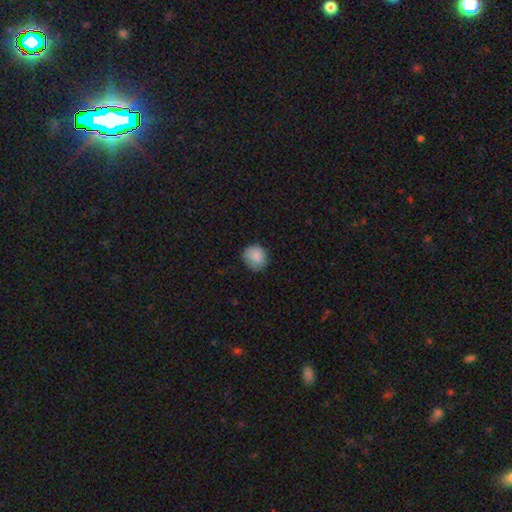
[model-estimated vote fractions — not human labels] Morphology: type=smooth (85%); roundness=round (82%); merging=none (77%).